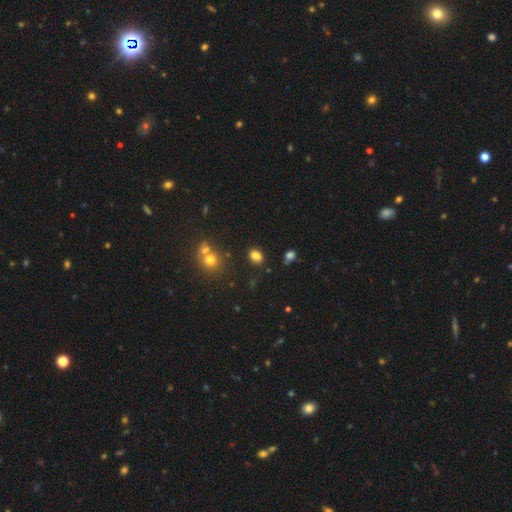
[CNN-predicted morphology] Smooth or featured? smooth (81%)
How rounded? in between (64%)
Merging? none (81%)